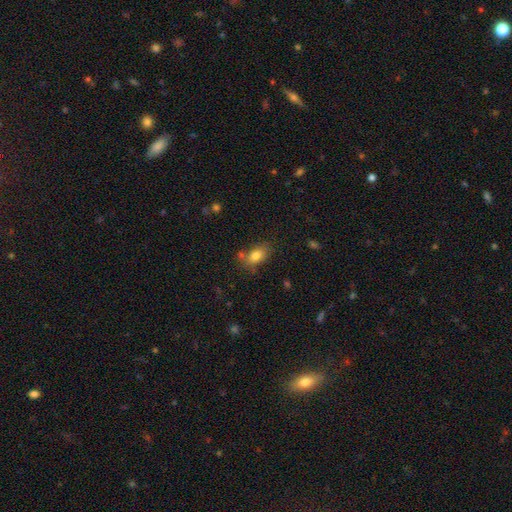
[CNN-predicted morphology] type=smooth (81%); roundness=in between (86%); merging=none (65%).